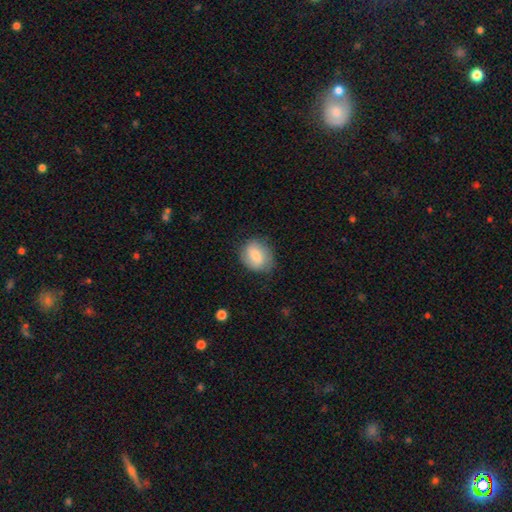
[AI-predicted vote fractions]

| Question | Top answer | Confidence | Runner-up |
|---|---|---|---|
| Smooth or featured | smooth | 78% | featured or disk (15%) |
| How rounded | round | 57% | in between (42%) |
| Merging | none | 73% | minor disturbance (21%) |